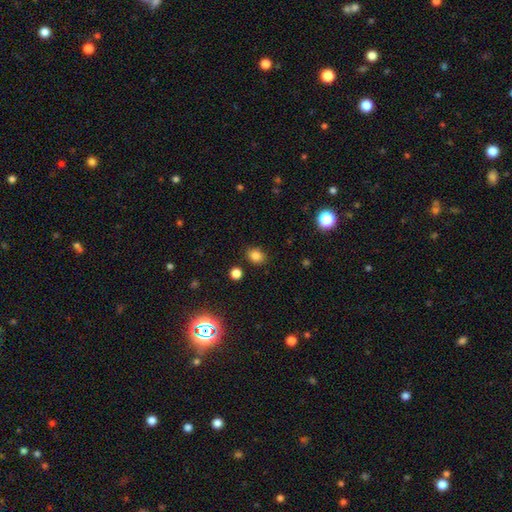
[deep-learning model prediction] smooth-or-featured: smooth: 82% | star or artifact: 13% | featured or disk: 5%
  how-rounded: in between: 54% | round: 45% | cigar-shaped: 1%
  merging: none: 85% | minor disturbance: 10% | merger: 3% | major disturbance: 3%